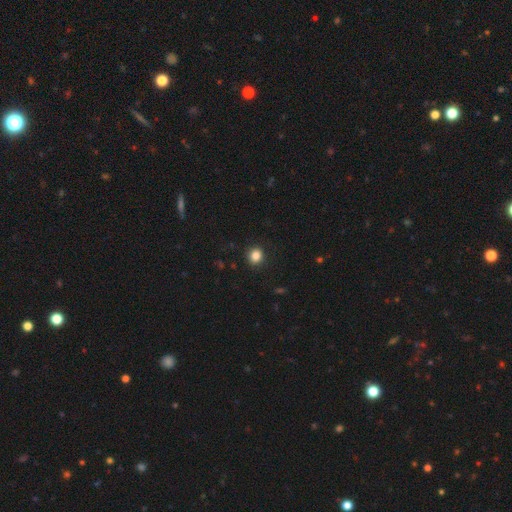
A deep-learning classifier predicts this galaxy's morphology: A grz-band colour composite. It shows a smooth galaxy with no disk features (85%) that is round (87%). Merging: none (91%).